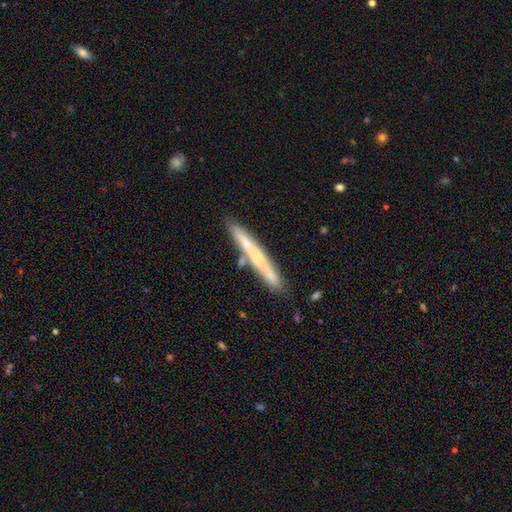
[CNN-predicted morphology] A featured or disk galaxy (52%) viewed edge-on (93%). Merging: none (81%).